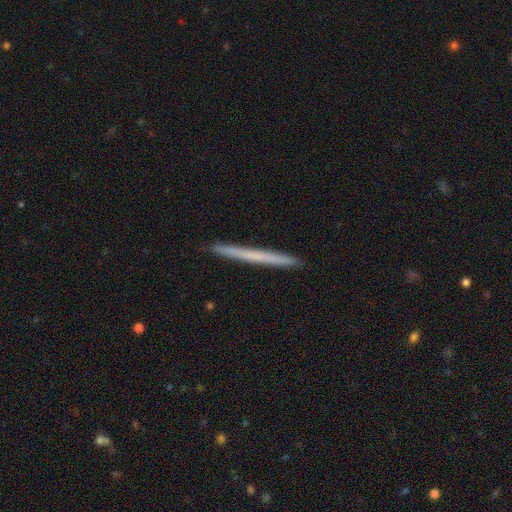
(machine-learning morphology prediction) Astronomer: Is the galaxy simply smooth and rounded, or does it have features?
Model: smooth — 54% (runner-up: featured or disk, 40%).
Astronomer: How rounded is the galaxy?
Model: cigar-shaped — 98%.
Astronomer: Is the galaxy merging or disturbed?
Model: none — 92%.